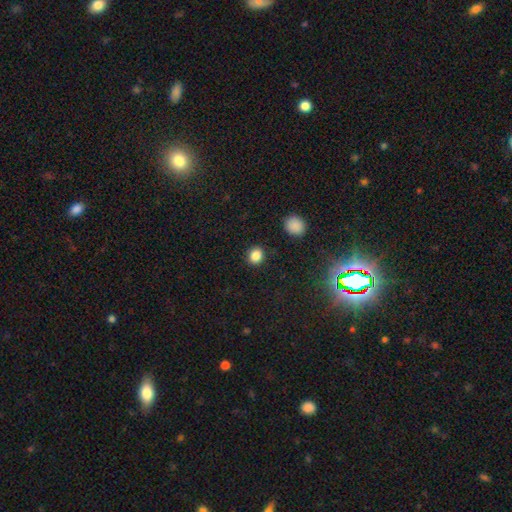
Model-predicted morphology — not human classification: This appears to be a smooth galaxy with no disk features (85%) that is round (73%). Merging: none (89%).